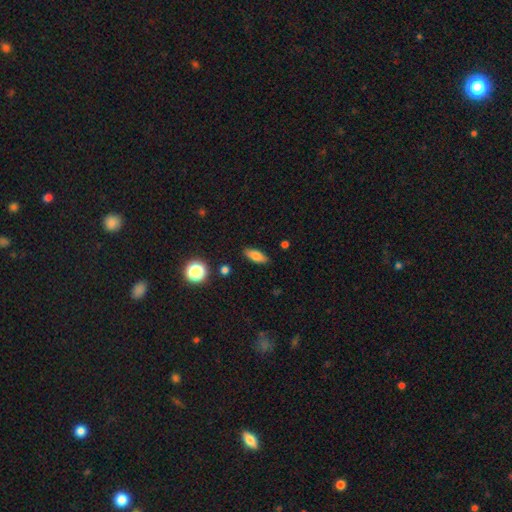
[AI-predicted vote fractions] Smooth or featured?
  - smooth: 79% *
  - featured or disk: 12%
  - star or artifact: 10%
How rounded?
  - in between: 78% *
  - cigar-shaped: 18%
  - round: 4%
Merging?
  - none: 87% *
  - minor disturbance: 9%
  - major disturbance: 2%
  - merger: 2%